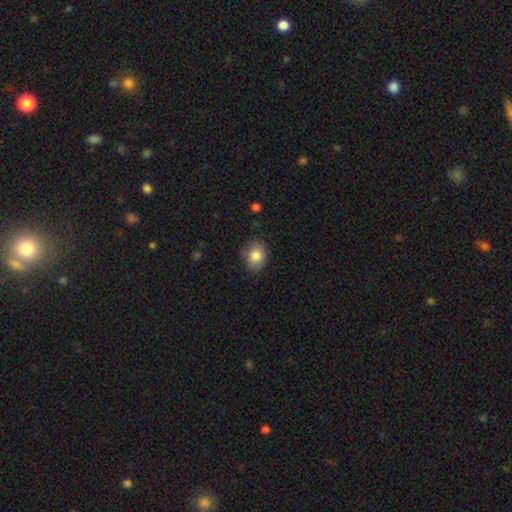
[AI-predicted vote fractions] This is clearly a smooth galaxy (83%). How rounded: possibly in between (50%). Merging: likely none (79%).